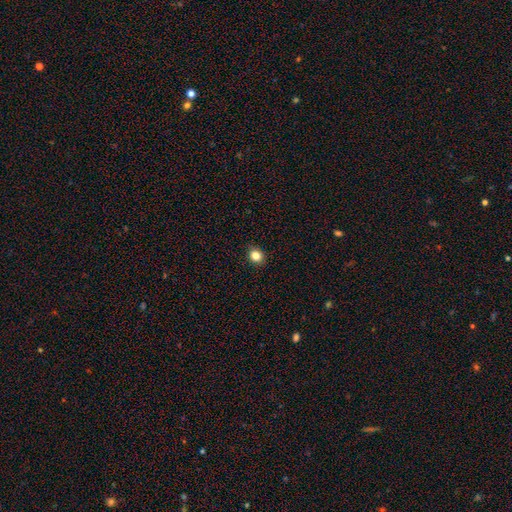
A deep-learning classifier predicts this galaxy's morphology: Q: Smooth or featured?
A: smooth (83%); runner-up: star or artifact (12%)
Q: How rounded?
A: round (70%); runner-up: in between (29%)
Q: Merging?
A: none (90%); runner-up: minor disturbance (7%)